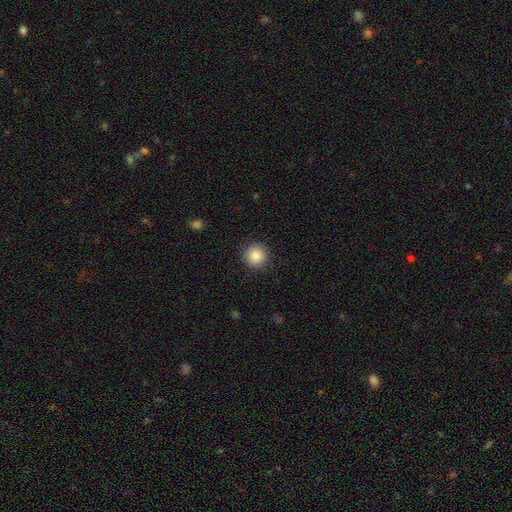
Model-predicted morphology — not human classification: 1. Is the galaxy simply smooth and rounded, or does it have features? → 88% smooth, 8% star or artifact, 4% featured or disk.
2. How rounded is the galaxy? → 95% round, 4% in between, 1% cigar-shaped.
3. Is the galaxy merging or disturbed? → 90% none, 7% minor disturbance, 2% major disturbance, 1% merger.